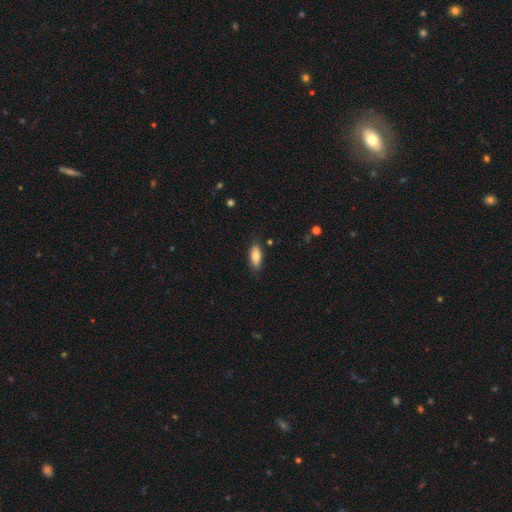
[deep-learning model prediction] smooth_or_featured: smooth (p=0.82) [alt: featured or disk p=0.11]
how_rounded: in between (p=0.77) [alt: cigar-shaped p=0.21]
merging: none (p=0.83) [alt: minor disturbance p=0.13]